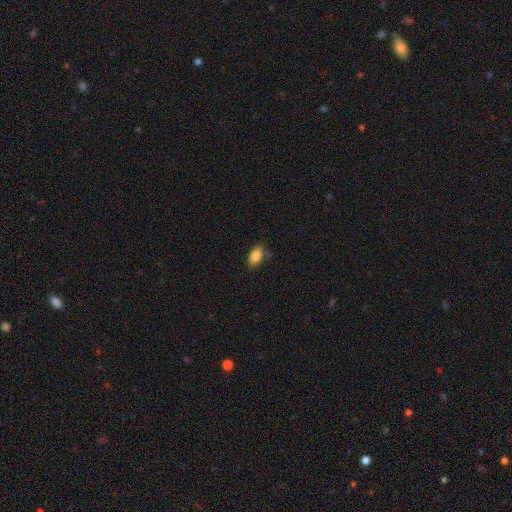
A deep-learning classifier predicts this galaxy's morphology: Overall: smooth (84%). How rounded: in between (92%). Merging: none (72%).